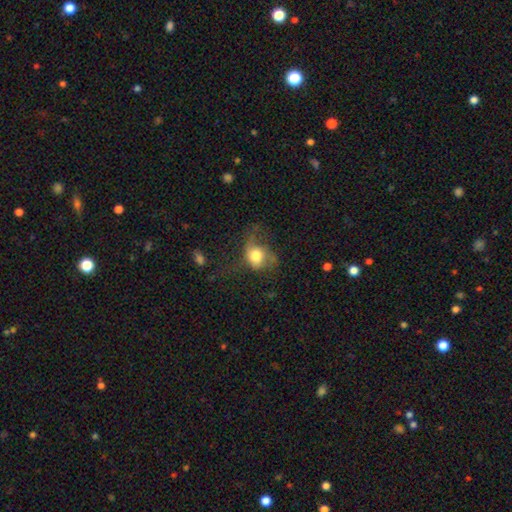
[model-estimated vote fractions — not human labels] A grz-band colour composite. It shows a smooth galaxy with no disk features (58%) that is round (57%). Merging: major disturbance (42%).